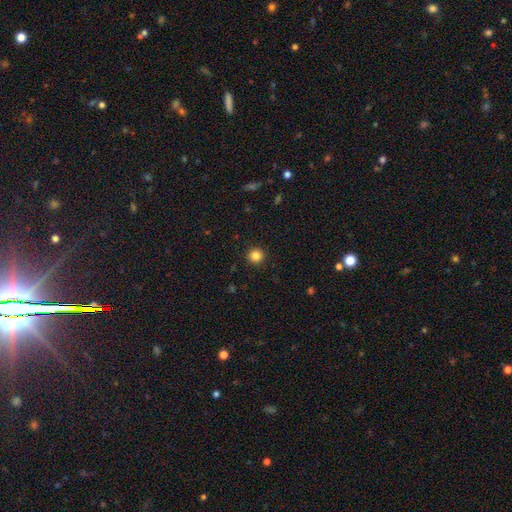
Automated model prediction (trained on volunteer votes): Q: Smooth or featured?
A: smooth (84%); runner-up: star or artifact (11%)
Q: How rounded?
A: round (95%); runner-up: in between (4%)
Q: Merging?
A: none (93%); runner-up: minor disturbance (4%)